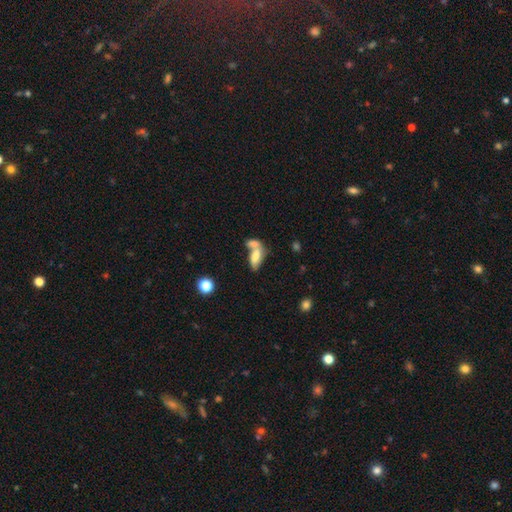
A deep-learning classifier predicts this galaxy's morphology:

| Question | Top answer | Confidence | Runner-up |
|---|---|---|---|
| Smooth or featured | smooth | 70% | featured or disk (21%) |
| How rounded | in between | 83% | cigar-shaped (13%) |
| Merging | merger | 62% | none (22%) |